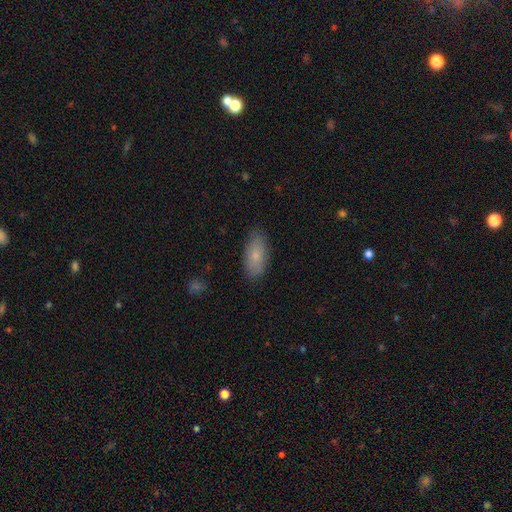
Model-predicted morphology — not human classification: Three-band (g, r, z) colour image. It shows a smooth galaxy with no disk features (79%) that is in between round and cigar-shaped (87%). Merging: none (85%).